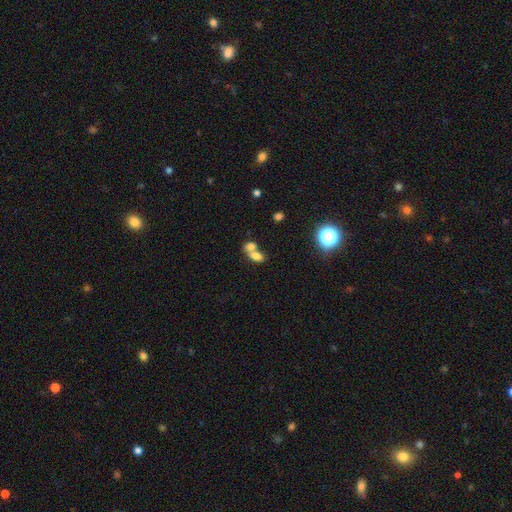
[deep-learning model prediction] Smooth or featured? Predicted: smooth (p=0.73). How rounded? Predicted: in between (p=0.77). Merging? Predicted: merger (p=0.68).